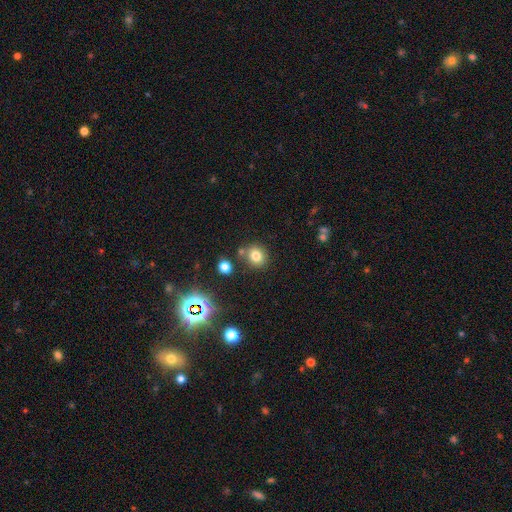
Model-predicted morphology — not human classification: This appears to be a smooth galaxy with no disk features (77%) that is round (76%). Merging: none (75%).